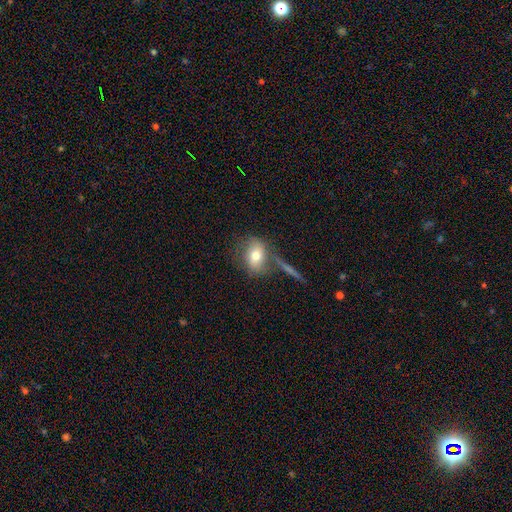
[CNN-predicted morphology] Q: Smooth or featured?
A: smooth (72%); runner-up: featured or disk (20%)
Q: How rounded?
A: in between (59%); runner-up: round (37%)
Q: Merging?
A: none (59%); runner-up: minor disturbance (18%)